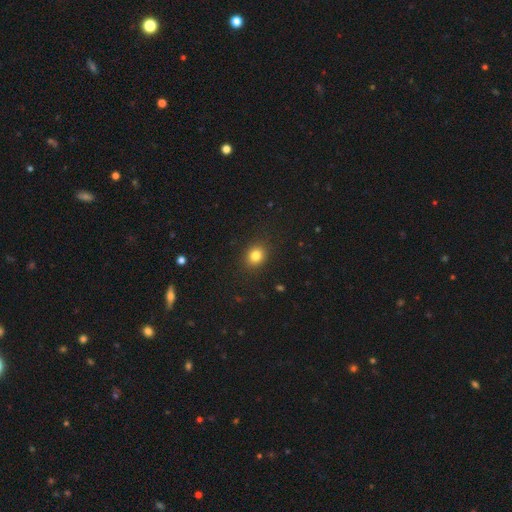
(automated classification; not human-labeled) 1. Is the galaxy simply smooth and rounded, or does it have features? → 82% smooth, 12% star or artifact, 6% featured or disk.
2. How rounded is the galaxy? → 66% round, 33% in between, 1% cigar-shaped.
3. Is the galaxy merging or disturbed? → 89% none, 7% minor disturbance, 2% major disturbance, 1% merger.